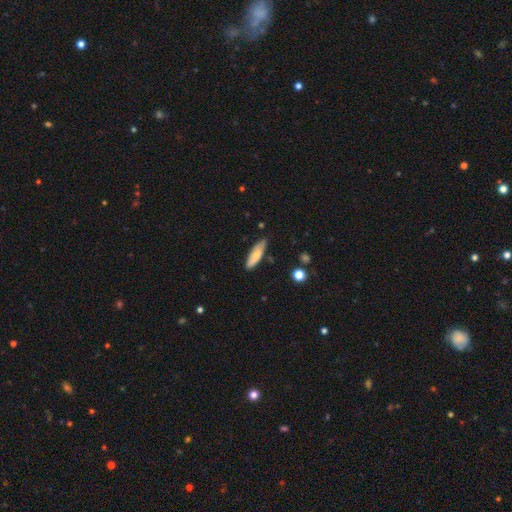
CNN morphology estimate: The model was most divided on "how rounded": cigar-shaped: 51%, in between: 48%, round: 2%. More confident: merging — none (77%); smooth or featured — smooth (71%).